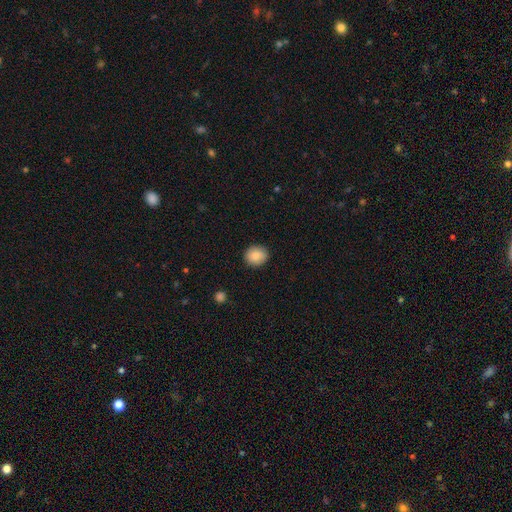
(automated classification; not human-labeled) Q: Smooth or featured?
A: smooth (87%); runner-up: star or artifact (8%)
Q: How rounded?
A: round (80%); runner-up: in between (19%)
Q: Merging?
A: none (89%); runner-up: minor disturbance (8%)